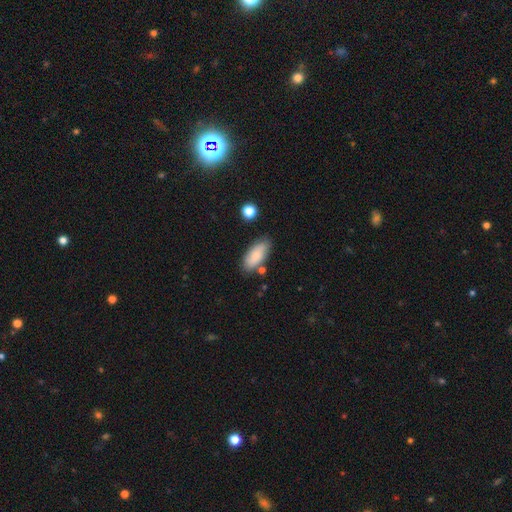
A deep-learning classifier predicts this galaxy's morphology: type=smooth (83%); roundness=in between (84%); merging=none (76%).